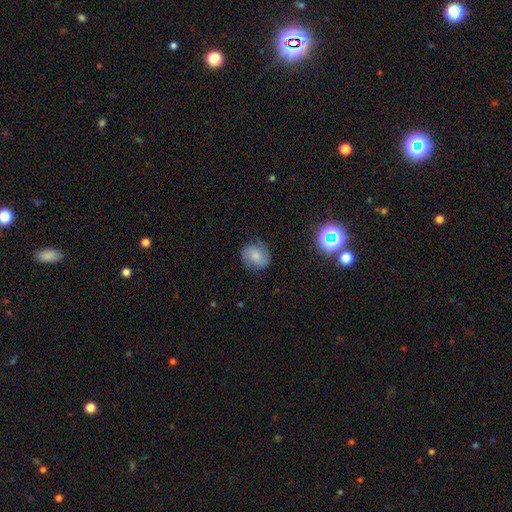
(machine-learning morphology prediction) smooth 66%, featured or disk 23%, star or artifact 11%. Down the decision tree: how rounded — round (68%); merging — none (78%).